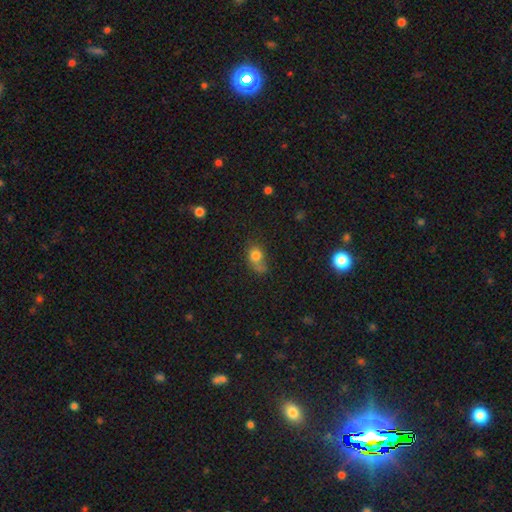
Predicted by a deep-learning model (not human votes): A smooth galaxy with no disk features (77%) that is round (51%).

Vote fractions:
- Smooth or featured? smooth: 77% / featured or disk: 11% / star or artifact: 11%
- How rounded? round: 51% / in between: 47% / cigar-shaped: 2%
- Merging? none: 40% / minor disturbance: 26% / major disturbance: 19% / merger: 15%